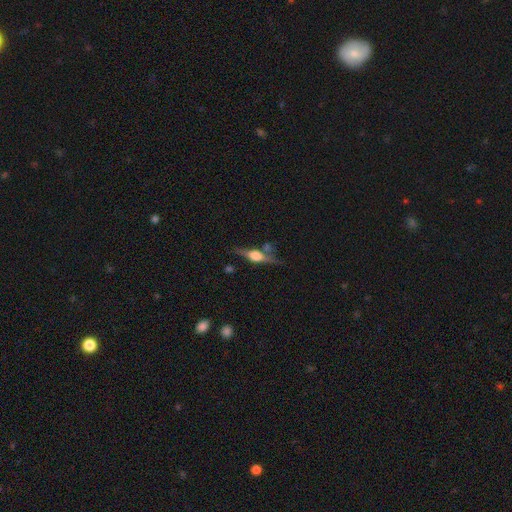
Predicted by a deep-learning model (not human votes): Q: Smooth or featured?
A: featured or disk (72%); runner-up: smooth (21%)
Q: Edge-on disk?
A: yes (95%); runner-up: no (5%)
Q: Edge-on bulge?
A: rounded (92%); runner-up: boxy (6%)
Q: Merging?
A: none (72%); runner-up: minor disturbance (15%)